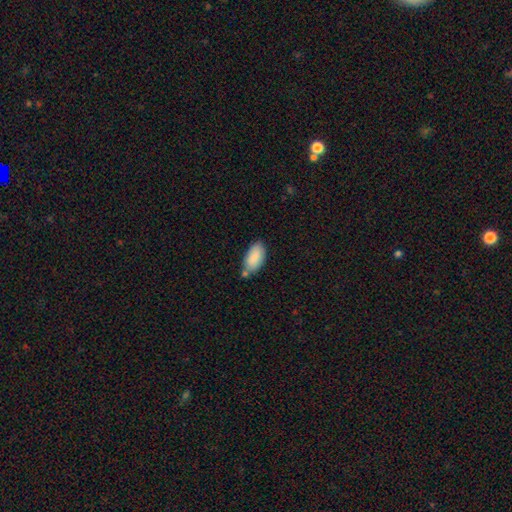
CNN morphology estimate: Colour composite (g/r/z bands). It shows a smooth galaxy with no disk features (88%) that is in between round and cigar-shaped (94%). Merging: none (62%).